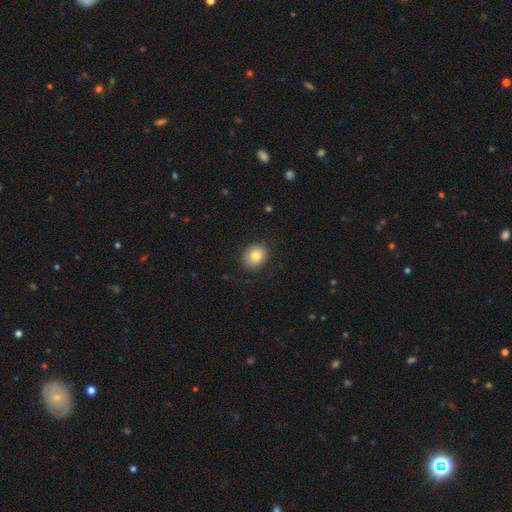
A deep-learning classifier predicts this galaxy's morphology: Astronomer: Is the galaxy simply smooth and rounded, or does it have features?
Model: smooth — 81%.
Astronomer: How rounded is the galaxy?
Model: round — 60% (runner-up: in between, 39%).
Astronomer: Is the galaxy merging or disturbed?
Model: none — 84%.